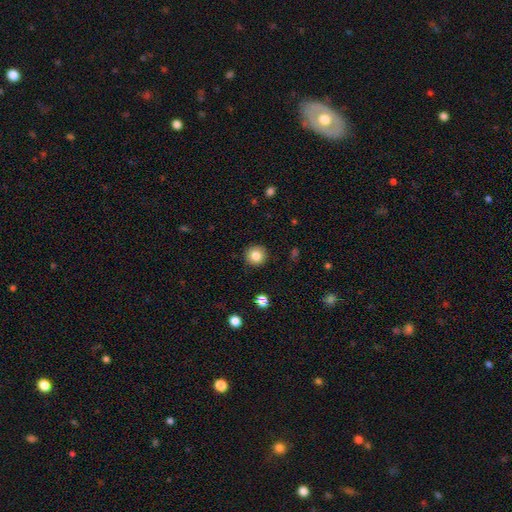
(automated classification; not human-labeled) Q: Smooth or featured?
A: smooth (83%); runner-up: star or artifact (10%)
Q: How rounded?
A: round (94%); runner-up: in between (5%)
Q: Merging?
A: none (91%); runner-up: minor disturbance (6%)